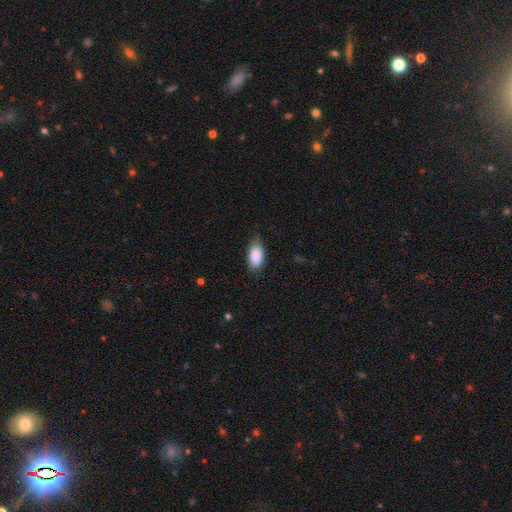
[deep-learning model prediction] Smooth or featured? smooth (89%)
How rounded? in between (92%)
Merging? none (71%)